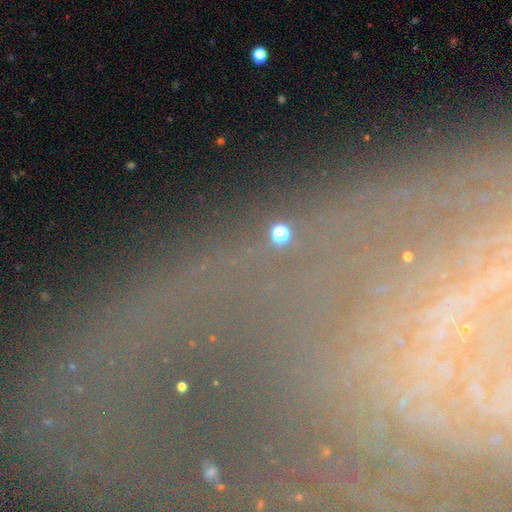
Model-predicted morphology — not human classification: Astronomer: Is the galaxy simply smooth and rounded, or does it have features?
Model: star or artifact — 68%.